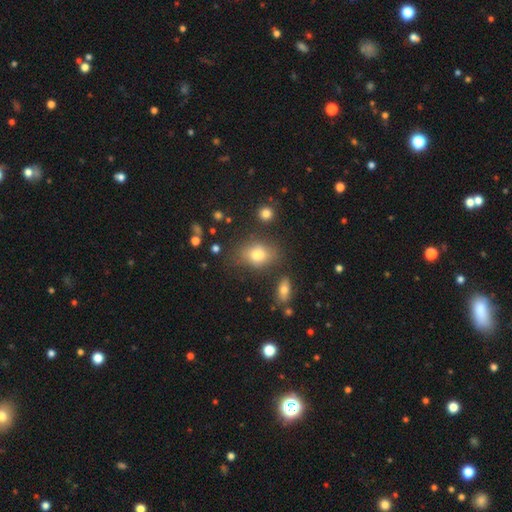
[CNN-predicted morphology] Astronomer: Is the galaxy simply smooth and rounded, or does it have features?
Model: smooth — 77%.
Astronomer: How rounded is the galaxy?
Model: in between — 66%.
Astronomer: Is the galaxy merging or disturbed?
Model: none — 71%.